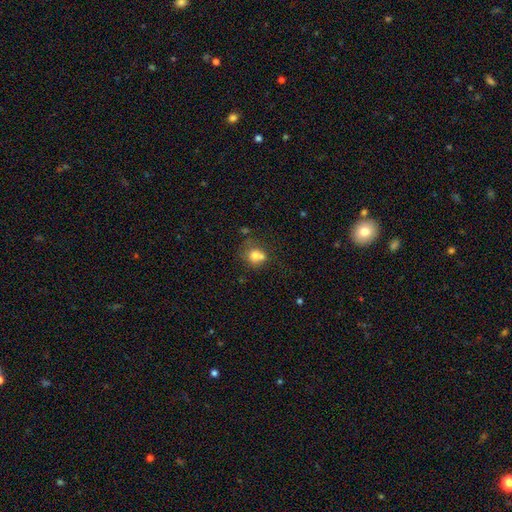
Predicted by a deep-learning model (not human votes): Smooth or featured?
  - smooth: 72% *
  - featured or disk: 16%
  - star or artifact: 12%
How rounded?
  - round: 75% *
  - in between: 24%
  - cigar-shaped: 1%
Merging?
  - none: 42% *
  - merger: 37%
  - minor disturbance: 15%
  - major disturbance: 7%